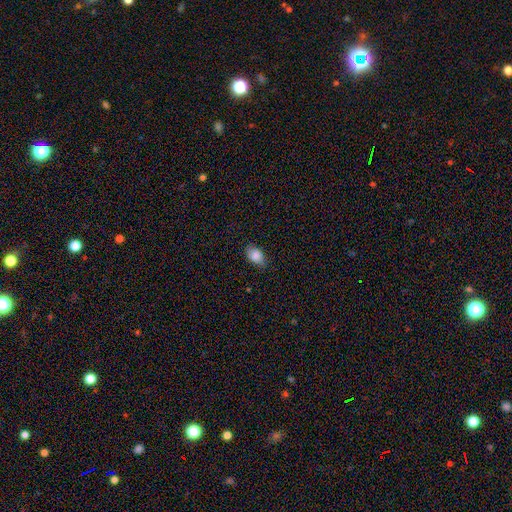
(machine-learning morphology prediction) Smooth or featured? smooth (86%)
How rounded? in between (86%)
Merging? none (80%)